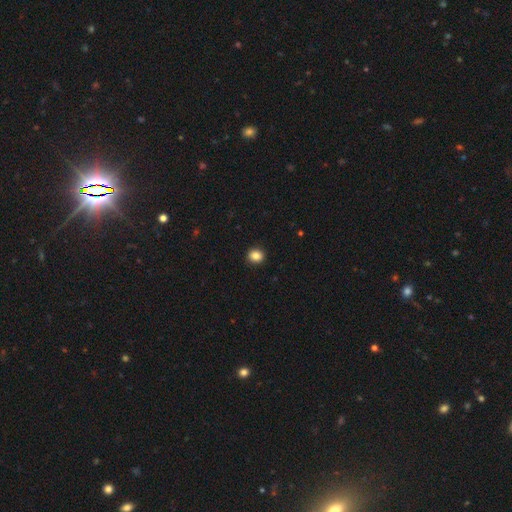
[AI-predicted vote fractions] Smooth or featured? smooth (86%)
How rounded? round (75%)
Merging? none (91%)